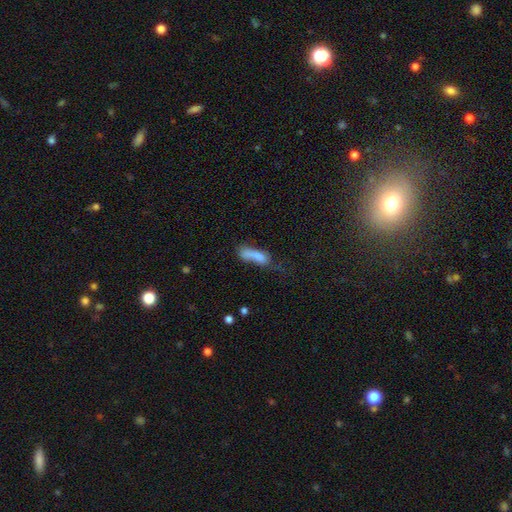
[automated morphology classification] smooth_or_featured: smooth (p=0.72) [alt: featured or disk p=0.18]
how_rounded: in between (p=0.49) [alt: cigar-shaped p=0.47]
merging: none (p=0.27) [tied with: merger p=0.27]